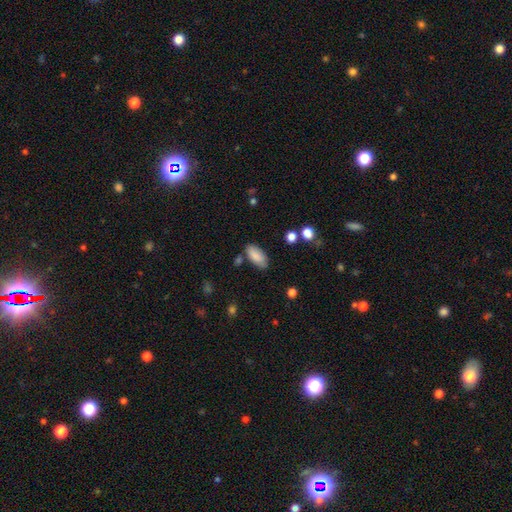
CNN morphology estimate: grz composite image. It shows a smooth galaxy with no disk features (88%) that is in between round and cigar-shaped (90%). Merging: none (79%).